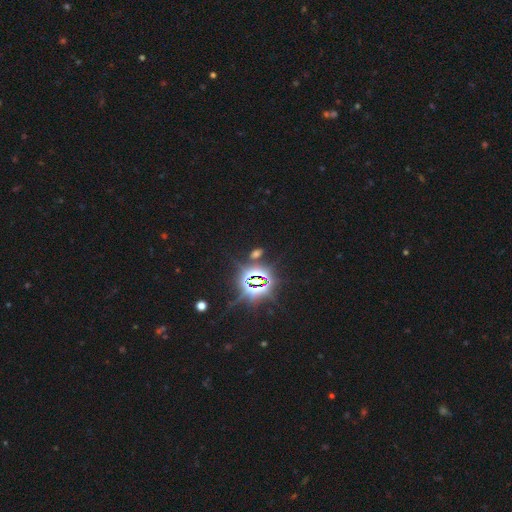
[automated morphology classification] smooth_or_featured: star or artifact (p=0.84) [alt: smooth p=0.08]